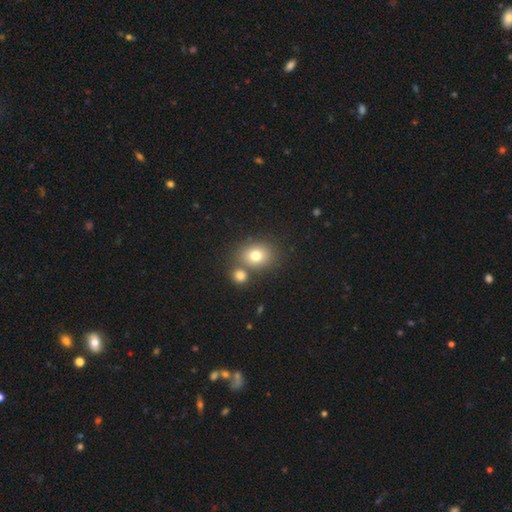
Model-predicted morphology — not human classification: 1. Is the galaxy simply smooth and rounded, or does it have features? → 77% smooth, 12% star or artifact, 11% featured or disk.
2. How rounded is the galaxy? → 56% round, 43% in between, 1% cigar-shaped.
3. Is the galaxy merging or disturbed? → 62% none, 25% merger, 10% minor disturbance, 3% major disturbance.